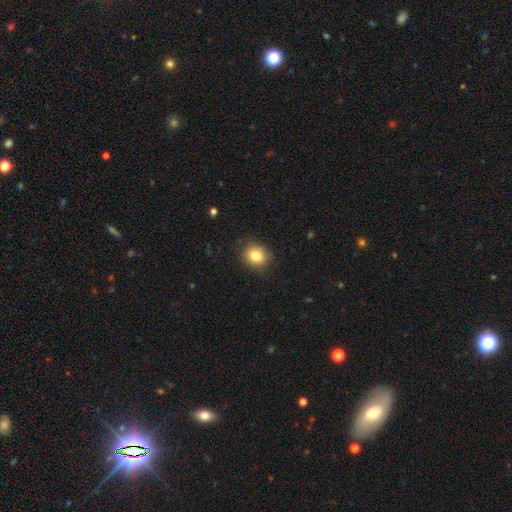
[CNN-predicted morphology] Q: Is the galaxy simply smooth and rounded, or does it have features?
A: smooth — 82%.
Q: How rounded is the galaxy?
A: round — 73%.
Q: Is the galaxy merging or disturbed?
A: none — 85%.